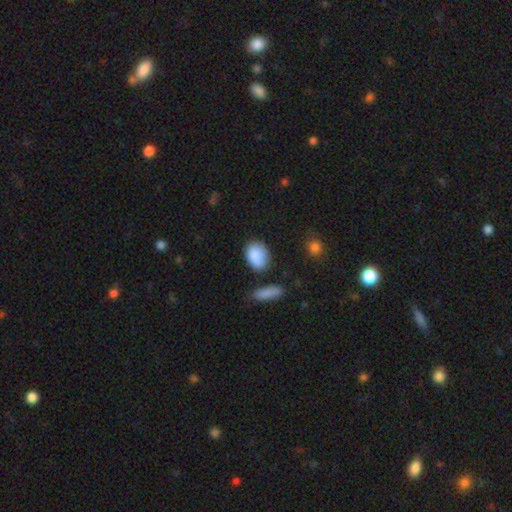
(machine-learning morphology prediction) Smooth or featured? smooth (88%)
How rounded? in between (79%)
Merging? none (71%)